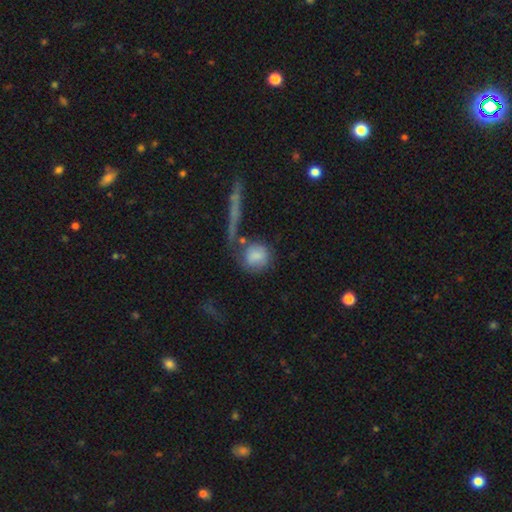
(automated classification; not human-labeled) A smooth galaxy with no disk features (78%) that is round (83%). Merging: none (52%).